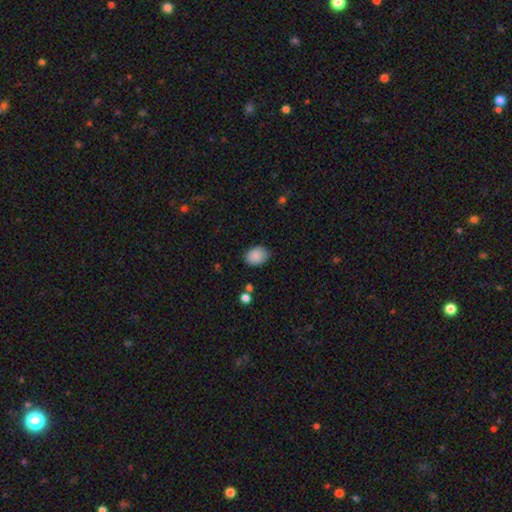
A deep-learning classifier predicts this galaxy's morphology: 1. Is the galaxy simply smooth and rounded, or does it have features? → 88% smooth, 8% star or artifact, 4% featured or disk.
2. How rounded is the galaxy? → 69% in between, 30% round, 1% cigar-shaped.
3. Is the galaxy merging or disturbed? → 80% none, 15% minor disturbance, 3% major disturbance, 2% merger.